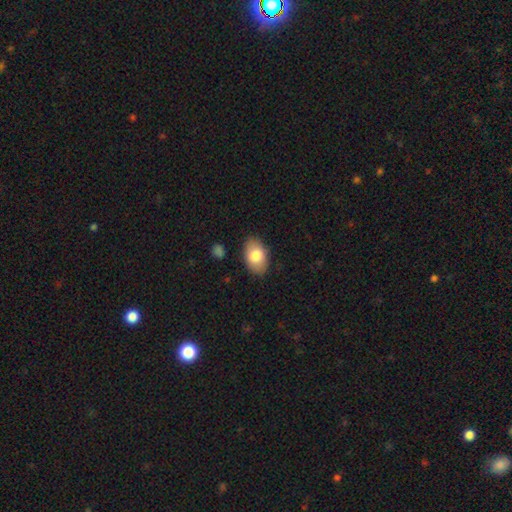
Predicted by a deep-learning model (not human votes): Smooth or featured? Predicted: smooth (p=0.79). How rounded? Predicted: in between (p=0.89). Merging? Predicted: none (p=0.85).